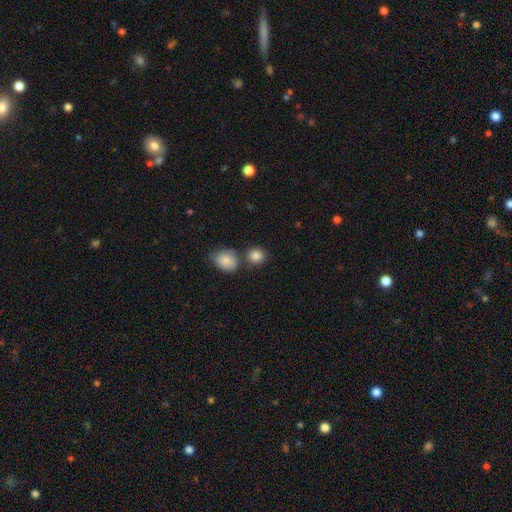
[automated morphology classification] The model was most divided on "merging": none: 66%, merger: 21%, minor disturbance: 10%, major disturbance: 3%. More confident: smooth or featured — smooth (86%); how rounded — round (82%).